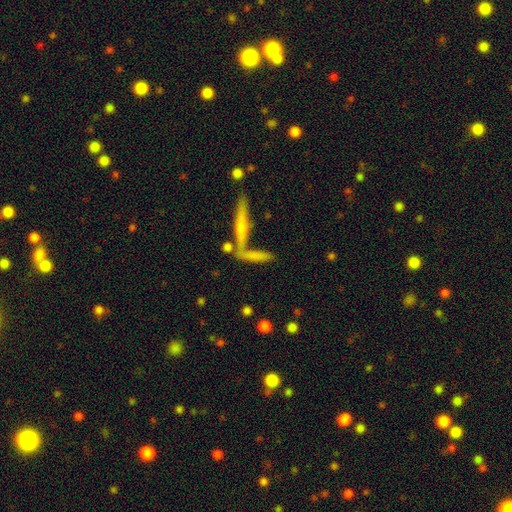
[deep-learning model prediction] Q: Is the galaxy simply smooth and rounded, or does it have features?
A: smooth — 63%.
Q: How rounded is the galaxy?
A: cigar-shaped — 77%.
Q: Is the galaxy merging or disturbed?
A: none — 49%.